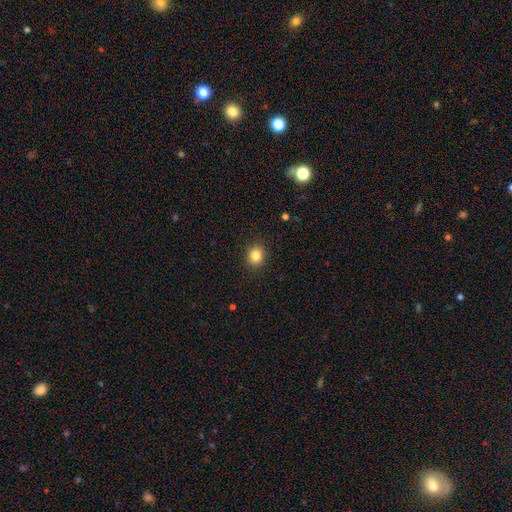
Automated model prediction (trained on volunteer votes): This is clearly a smooth galaxy (84%). How rounded: likely round (69%). Merging: clearly none (89%).